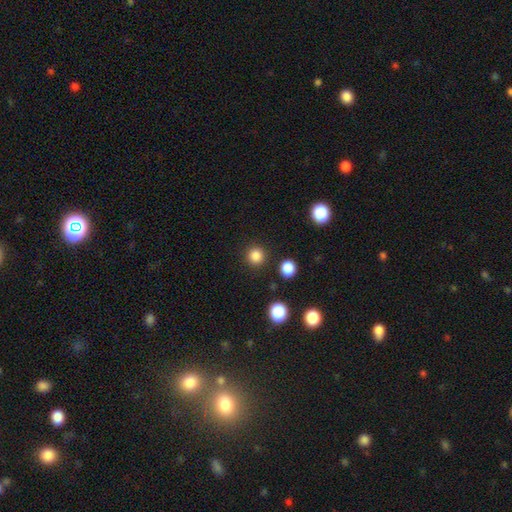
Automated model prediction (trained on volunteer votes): This appears to be a smooth galaxy with no disk features (84%) that is round (94%). Merging: none (90%).